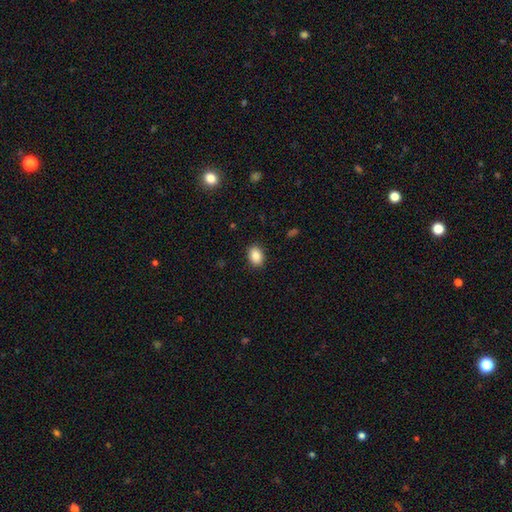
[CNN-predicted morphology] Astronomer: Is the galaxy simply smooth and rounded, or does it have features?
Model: smooth — 87%.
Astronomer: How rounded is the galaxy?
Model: in between — 75%.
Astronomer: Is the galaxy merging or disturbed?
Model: none — 89%.